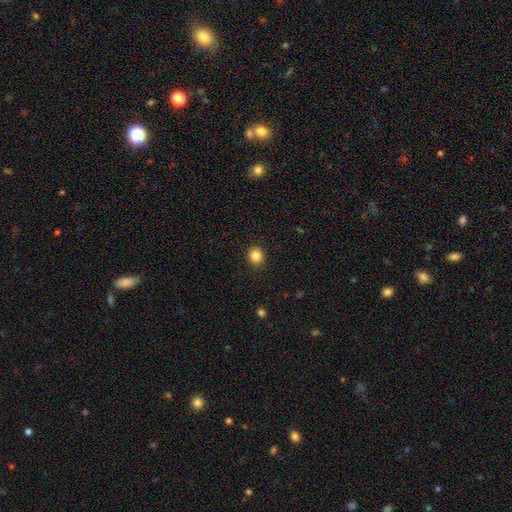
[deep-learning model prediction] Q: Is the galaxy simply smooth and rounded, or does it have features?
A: smooth — 85%.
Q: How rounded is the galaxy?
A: round — 86%.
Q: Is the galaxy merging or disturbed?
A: none — 91%.